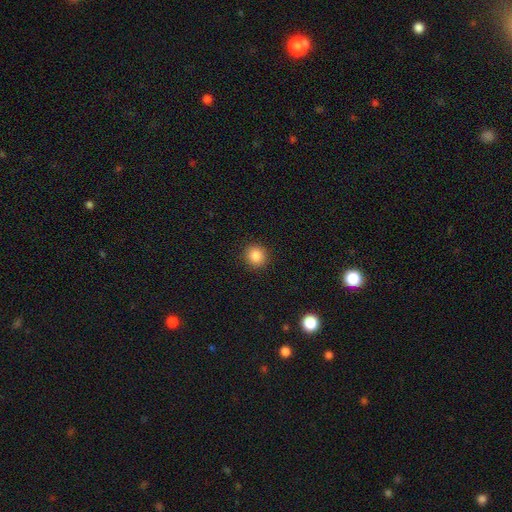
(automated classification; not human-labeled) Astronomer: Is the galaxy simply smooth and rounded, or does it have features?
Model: smooth — 87%.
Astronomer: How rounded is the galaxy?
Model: round — 88%.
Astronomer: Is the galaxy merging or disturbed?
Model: none — 91%.